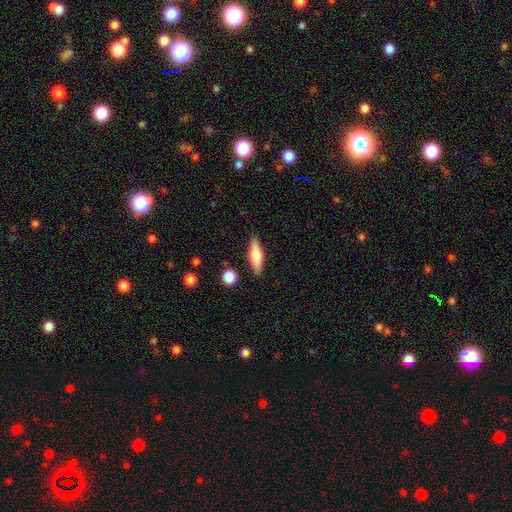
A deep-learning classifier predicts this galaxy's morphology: This is possibly a smooth galaxy (54%). How rounded: possibly cigar-shaped (52%). Merging: clearly none (87%).